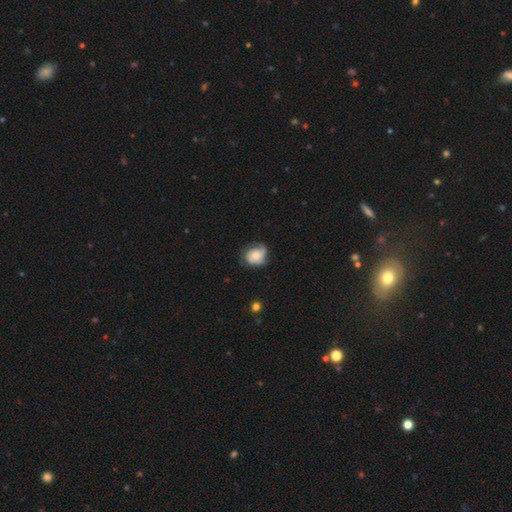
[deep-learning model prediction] Smooth or featured? featured or disk (47%)
Merging? none (61%)